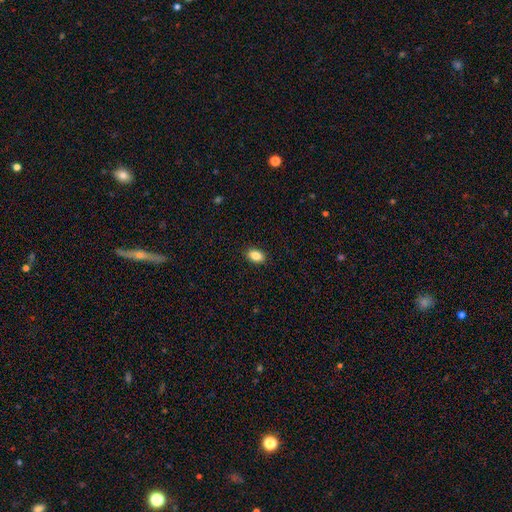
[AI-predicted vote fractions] Smooth or featured? Predicted: smooth (p=0.87). How rounded? Predicted: in between (p=0.86). Merging? Predicted: none (p=0.90).